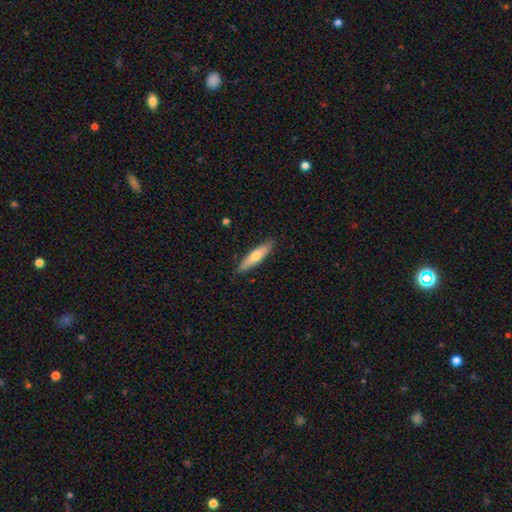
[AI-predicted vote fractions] Smooth or featured?
  - smooth: 62% *
  - featured or disk: 33%
  - star or artifact: 5%
How rounded?
  - cigar-shaped: 74% *
  - in between: 24%
  - round: 2%
Merging?
  - none: 88% *
  - minor disturbance: 9%
  - major disturbance: 2%
  - merger: 1%